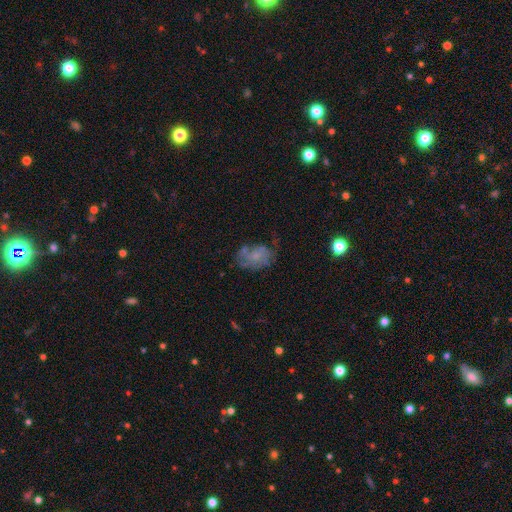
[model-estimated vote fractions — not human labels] A smooth galaxy with no disk features (46%).

Vote fractions:
- Smooth or featured? smooth: 46% / featured or disk: 42% / star or artifact: 11%
- Merging? none: 48% / minor disturbance: 27% / major disturbance: 17% / merger: 8%